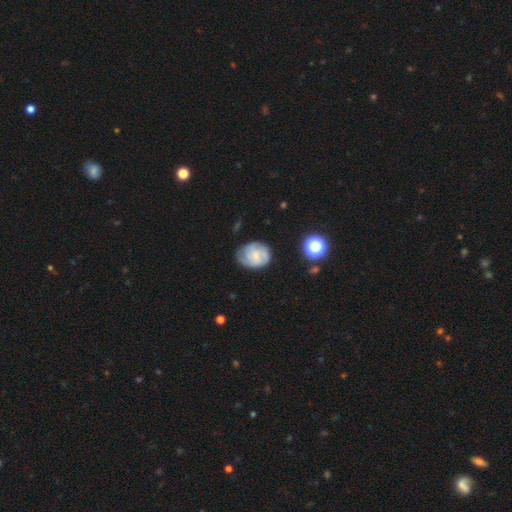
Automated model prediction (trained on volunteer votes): A featured or disk galaxy (50%).

Vote fractions:
- Smooth or featured? featured or disk: 50% / smooth: 42% / star or artifact: 9%
- Merging? none: 65% / minor disturbance: 25% / major disturbance: 8% / merger: 2%